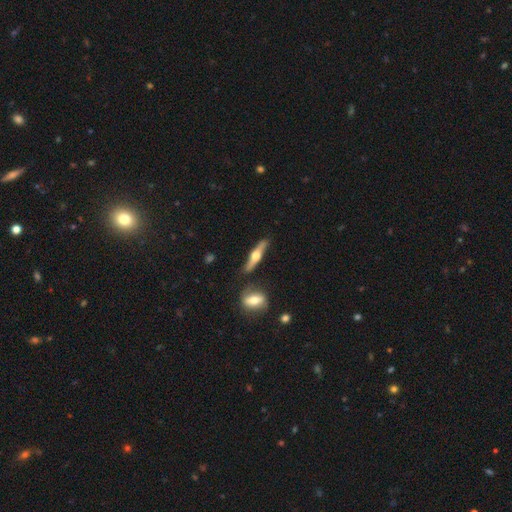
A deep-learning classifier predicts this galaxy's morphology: Overall: featured or disk (66%; smooth 29%). Edge-on disk: yes (94%). Edge-on bulge: rounded (95%). Merging: none (81%).